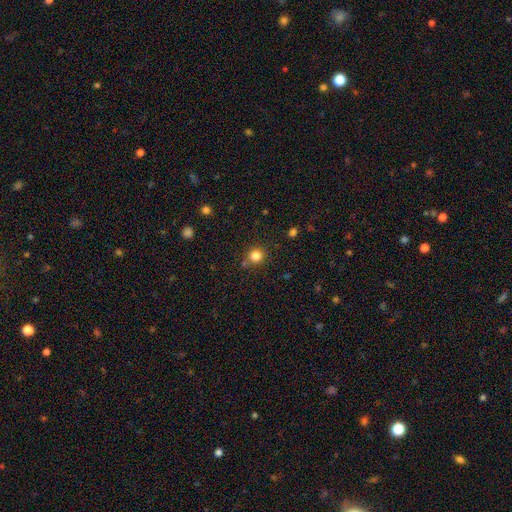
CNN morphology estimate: This is clearly a smooth galaxy (82%). How rounded: clearly round (91%). Merging: clearly none (81%).